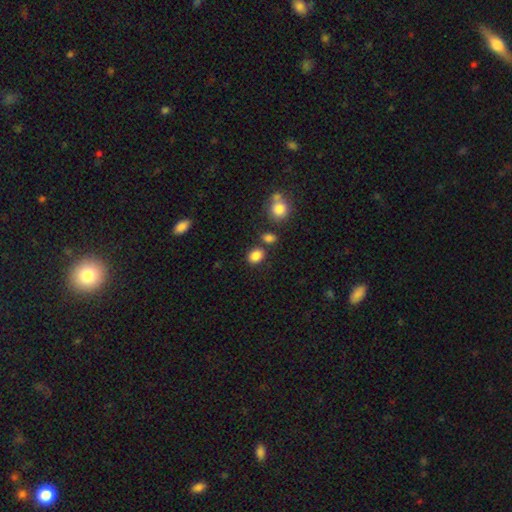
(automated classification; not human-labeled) smooth-or-featured: smooth: 85% | star or artifact: 10% | featured or disk: 4%
  how-rounded: in between: 58% | round: 41% | cigar-shaped: 1%
  merging: none: 75% | minor disturbance: 11% | merger: 10% | major disturbance: 4%